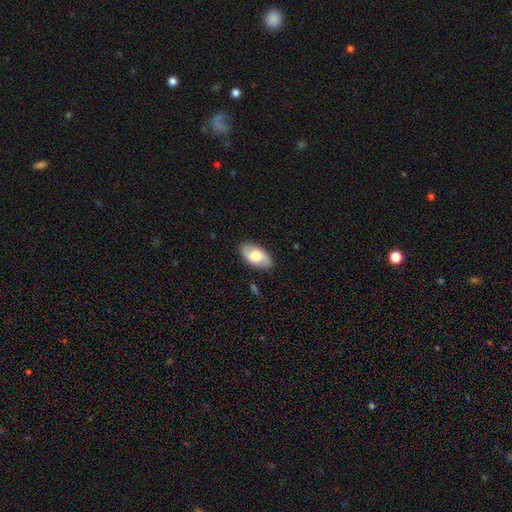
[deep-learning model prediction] A smooth galaxy with no disk features (66%) that is in between round and cigar-shaped (94%). Merging: none (87%).